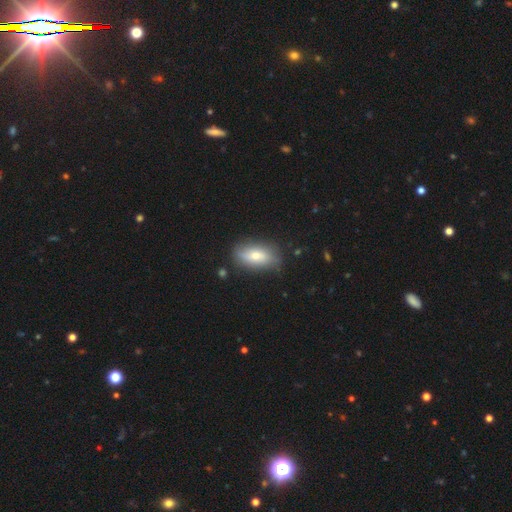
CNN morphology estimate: Smooth or featured?
  - smooth: 60% *
  - featured or disk: 32%
  - star or artifact: 8%
How rounded?
  - in between: 86% *
  - cigar-shaped: 9%
  - round: 5%
Merging?
  - none: 77% *
  - minor disturbance: 17%
  - major disturbance: 4%
  - merger: 2%